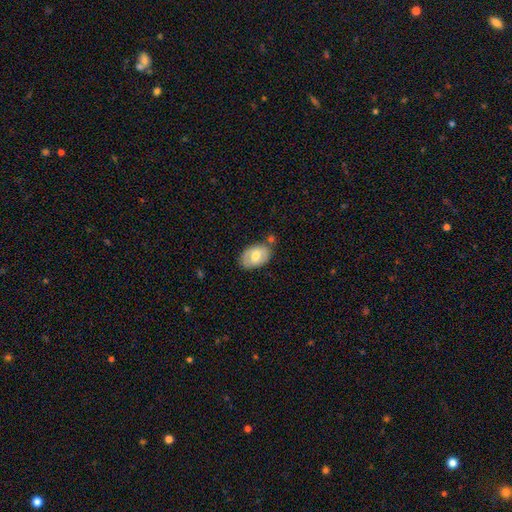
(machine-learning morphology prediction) A smooth galaxy with no disk features (63%) that is in between round and cigar-shaped (88%).

Vote fractions:
- Smooth or featured? smooth: 63% / featured or disk: 31% / star or artifact: 6%
- How rounded? in between: 88% / round: 10% / cigar-shaped: 1%
- Merging? none: 63% / minor disturbance: 22% / merger: 9% / major disturbance: 5%